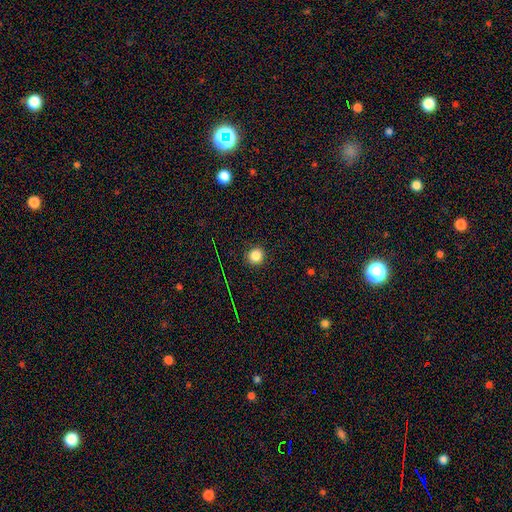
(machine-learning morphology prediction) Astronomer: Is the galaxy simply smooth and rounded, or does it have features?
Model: smooth — 83%.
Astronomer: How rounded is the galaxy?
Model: round — 90%.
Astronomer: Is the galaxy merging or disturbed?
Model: none — 90%.